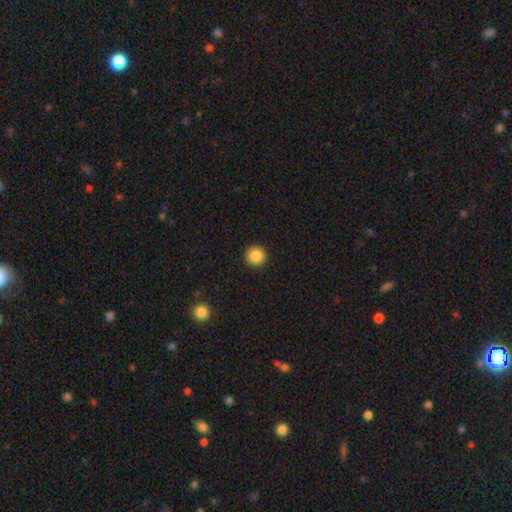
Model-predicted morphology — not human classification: smooth_or_featured: smooth (p=0.86) [alt: star or artifact p=0.10]
how_rounded: round (p=0.95) [alt: in between p=0.04]
merging: none (p=0.93) [alt: minor disturbance p=0.04]